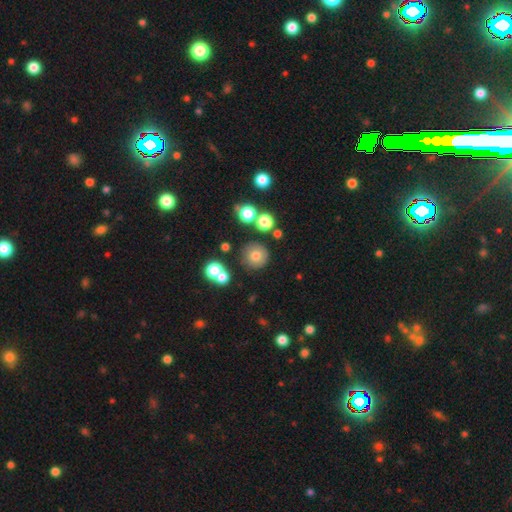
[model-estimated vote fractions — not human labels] A smooth galaxy with no disk features (73%) that is round (94%).

Vote fractions:
- Smooth or featured? smooth: 73% / star or artifact: 14% / featured or disk: 13%
- How rounded? round: 94% / in between: 5% / cigar-shaped: 1%
- Merging? none: 81% / minor disturbance: 9% / merger: 6% / major disturbance: 3%